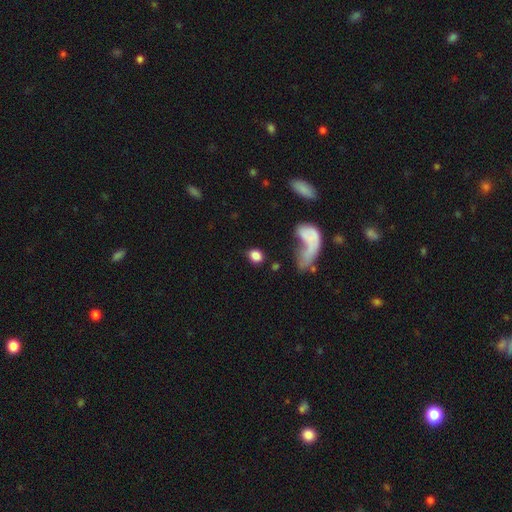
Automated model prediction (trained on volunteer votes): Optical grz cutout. It shows a smooth galaxy with no disk features (81%) that is in between round and cigar-shaped (49%). Merging: none (62%).